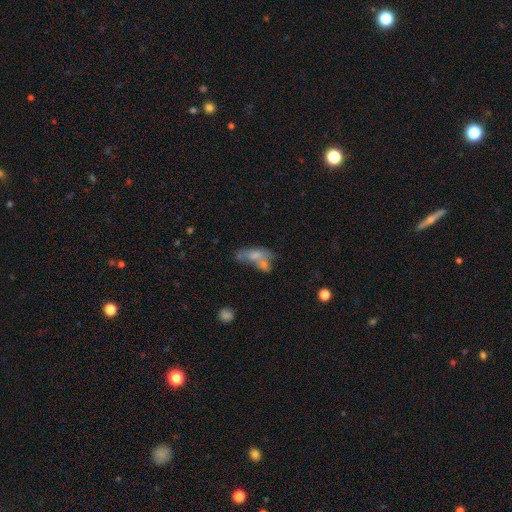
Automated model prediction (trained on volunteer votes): smooth-or-featured: smooth: 58% | featured or disk: 31% | star or artifact: 11%
  how-rounded: in between: 79% | cigar-shaped: 14% | round: 7%
  merging: merger: 55% | none: 21% | major disturbance: 13% | minor disturbance: 12%